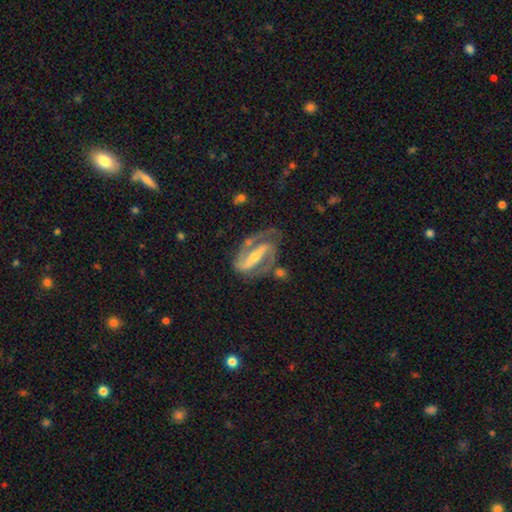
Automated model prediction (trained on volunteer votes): Smooth or featured?
  - featured or disk: 89% *
  - smooth: 7%
  - star or artifact: 5%
Edge-on disk?
  - no: 95% *
  - yes: 5%
Bar?
  - strong: 71% *
  - weak: 19%
  - no: 9%
Spiral arms?
  - yes: 96% *
  - no: 4%
Spiral winding?
  - medium: 50% *
  - tight: 34%
  - loose: 16%
Spiral arm count?
  - 2: 89% *
  - 1: 4%
  - can't tell: 3%
  - 3: 2%
  - 4: 1%
  - more than 4: 1%
Bulge size?
  - small: 54% *
  - moderate: 37%
  - none: 4%
  - large: 3%
  - dominant: 1%
Merging?
  - none: 68% *
  - minor disturbance: 17%
  - major disturbance: 9%
  - merger: 5%